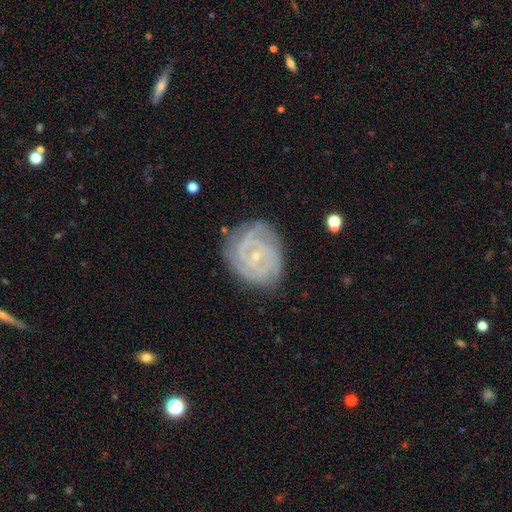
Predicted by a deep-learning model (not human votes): Morphology: type=featured or disk (85%); edge-on=no (97%); bar=no (65%); spiral arms=yes (96%); winding=tight (79%); arm count=2 (36%); bulge=small (80%); merging=none (76%).